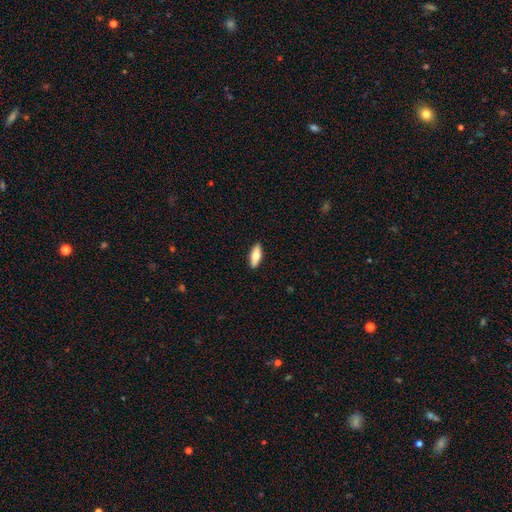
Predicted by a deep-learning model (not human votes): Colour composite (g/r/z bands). It shows a smooth galaxy with no disk features (68%) that is in between round and cigar-shaped (73%). Merging: none (90%).